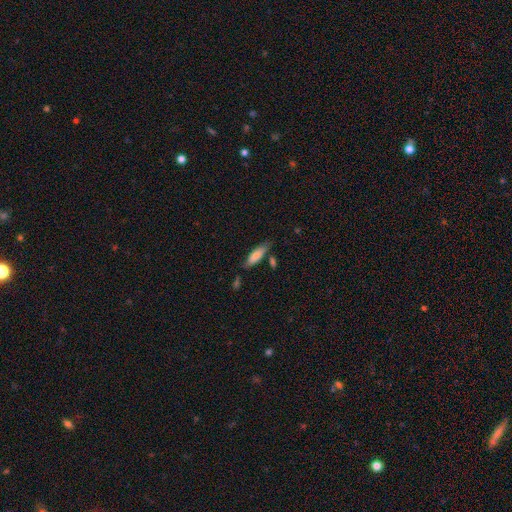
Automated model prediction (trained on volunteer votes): A smooth galaxy with no disk features (78%) that is in between round and cigar-shaped (52%). Merging: none (68%).